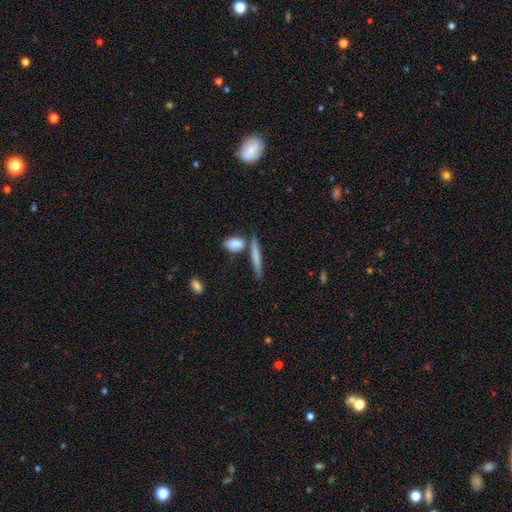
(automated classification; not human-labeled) smooth-or-featured: smooth: 67% | featured or disk: 27% | star or artifact: 7%
  how-rounded: cigar-shaped: 85% | in between: 12% | round: 3%
  merging: none: 69% | merger: 16% | minor disturbance: 12% | major disturbance: 4%